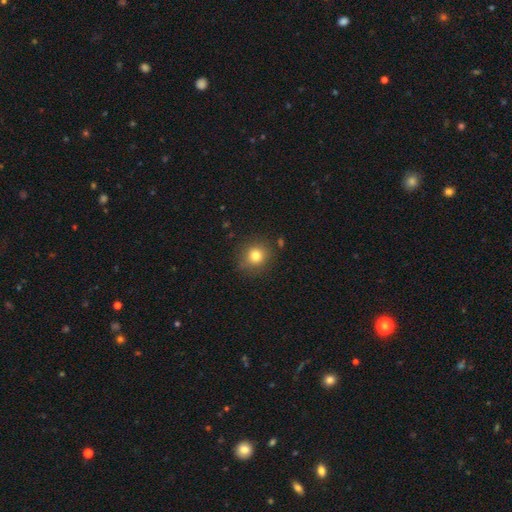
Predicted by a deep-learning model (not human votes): Morphology: type=smooth (79%); roundness=round (87%); merging=none (85%).